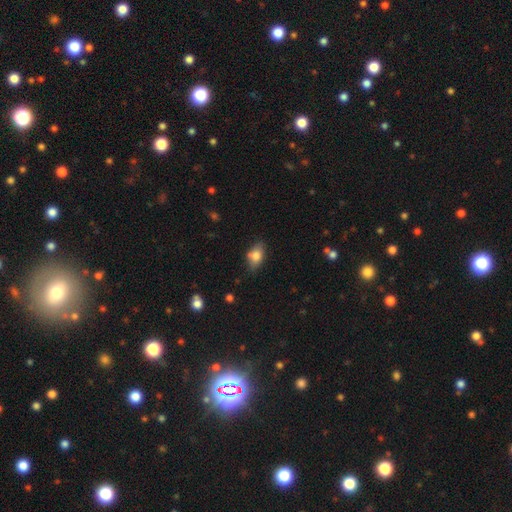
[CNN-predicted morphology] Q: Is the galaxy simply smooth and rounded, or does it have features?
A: smooth — 77%.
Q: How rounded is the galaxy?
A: in between — 86%.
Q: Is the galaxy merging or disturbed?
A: none — 67%.